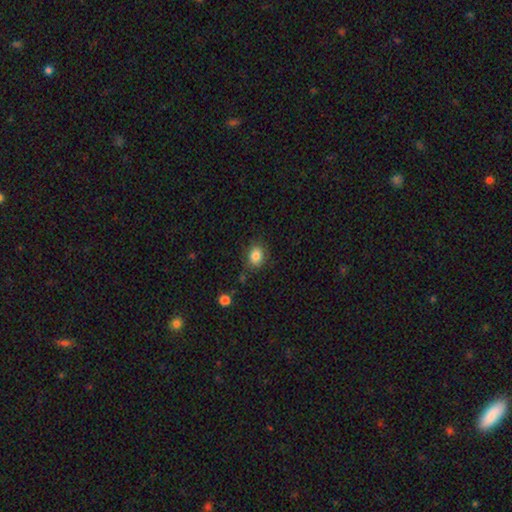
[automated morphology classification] Smooth or featured: smooth — 84% (star or artifact — 9%)
How rounded: in between — 53% (round — 46%)
Merging: none — 80% (minor disturbance — 14%)